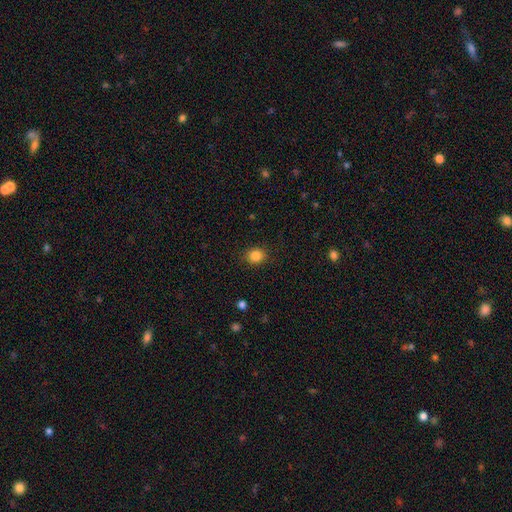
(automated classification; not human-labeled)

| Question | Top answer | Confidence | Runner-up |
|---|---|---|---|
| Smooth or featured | smooth | 85% | star or artifact (11%) |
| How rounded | round | 74% | in between (25%) |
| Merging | none | 89% | minor disturbance (8%) |